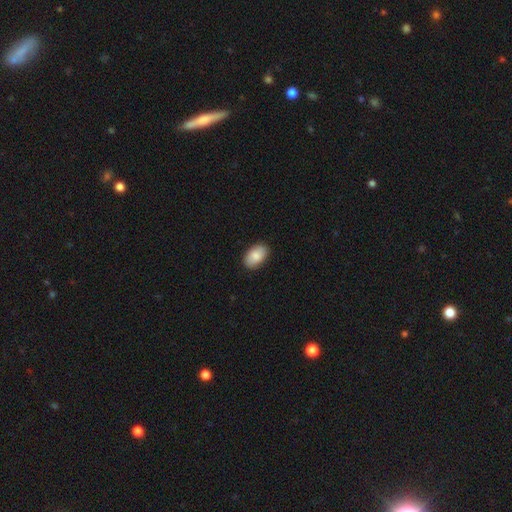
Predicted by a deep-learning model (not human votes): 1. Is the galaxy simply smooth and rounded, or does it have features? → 86% smooth, 8% featured or disk, 6% star or artifact.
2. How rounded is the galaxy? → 93% in between, 6% round, 1% cigar-shaped.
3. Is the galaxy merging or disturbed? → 88% none, 9% minor disturbance, 2% major disturbance, 1% merger.